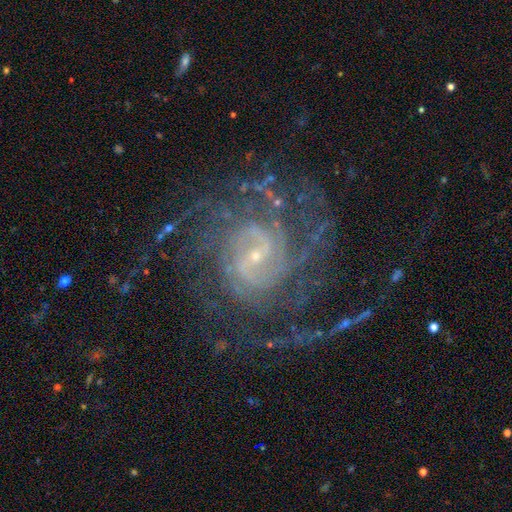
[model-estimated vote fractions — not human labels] Smooth or featured? featured or disk (89%)
Edge-on disk? no (98%)
Bar? weak (46%)
Spiral arms? yes (98%)
Spiral winding? tight (59%)
Spiral arm count? 2 (27%)
Bulge size? small (81%)
Merging? none (70%)